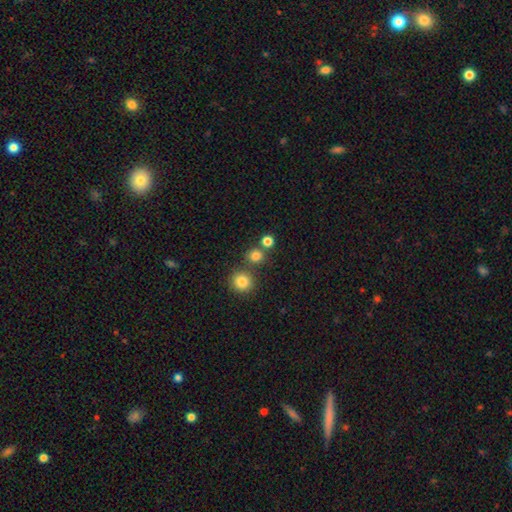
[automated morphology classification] Overall: smooth (79%). How rounded: round (89%). Merging: none (73%).